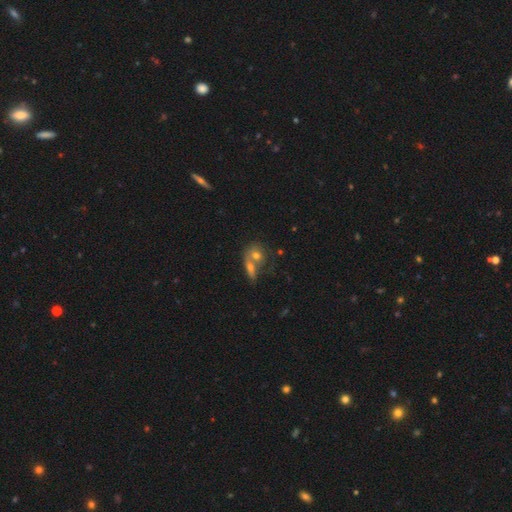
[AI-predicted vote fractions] The model was most divided on "how rounded": round: 54%, in between: 41%, cigar-shaped: 6%. More confident: smooth or featured — smooth (59%); merging — merger (57%).